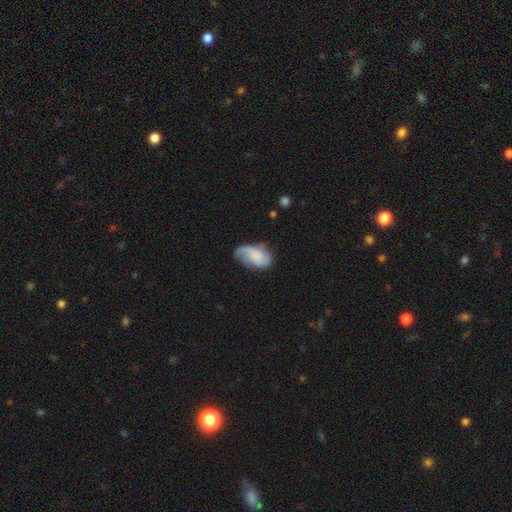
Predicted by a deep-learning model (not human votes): The model was most divided on "smooth or featured": featured or disk: 53%, smooth: 40%, star or artifact: 7%. Remaining: edge-on disk — no (97%); spiral arms — yes (87%); bar — no (66%); merging — none (47%); bulge size — none (45%).